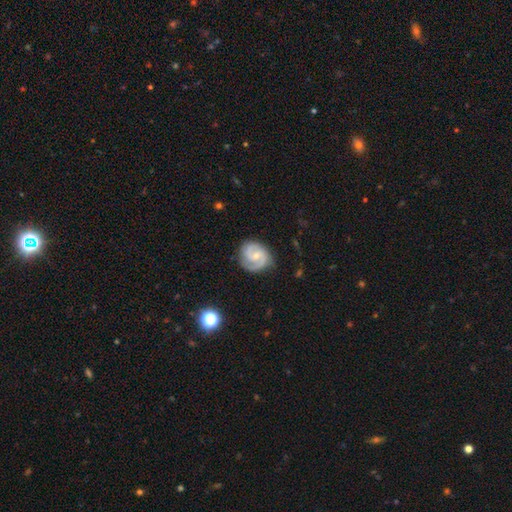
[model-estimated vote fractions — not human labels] Overall: featured or disk (84%). Edge-on disk: no (98%). Bar: no (50%; weak 42%). Spiral arms: yes (97%). Spiral arm count: 2 (86%). Spiral winding: medium (48%; tight 40%). Bulge size: small (61%; moderate 33%). Merging: none (78%).